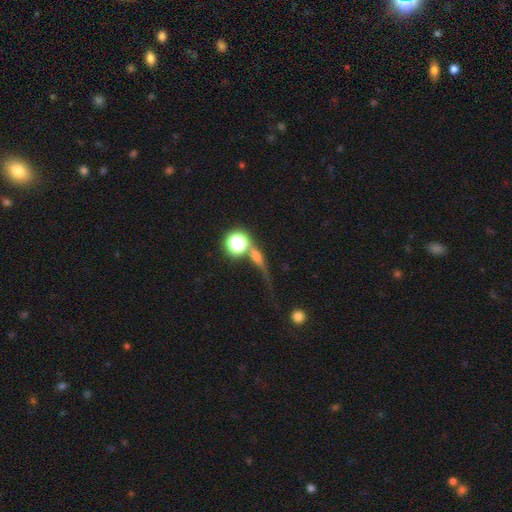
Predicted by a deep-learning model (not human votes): Morphology: type=smooth (41%); merging=none (51%).